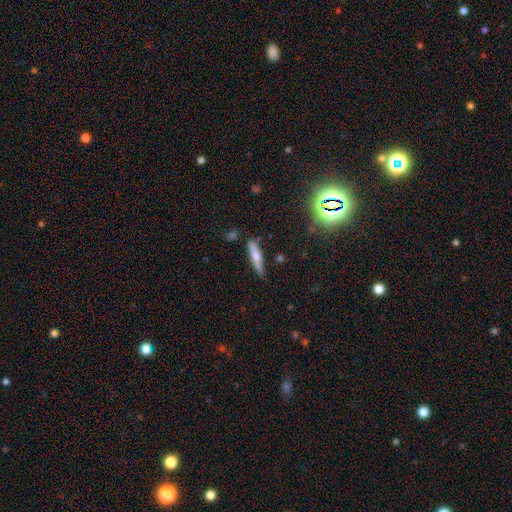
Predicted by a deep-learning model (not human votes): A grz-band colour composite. It shows a smooth galaxy with no disk features (56%) that is cigar-shaped (83%). Merging: none (73%).